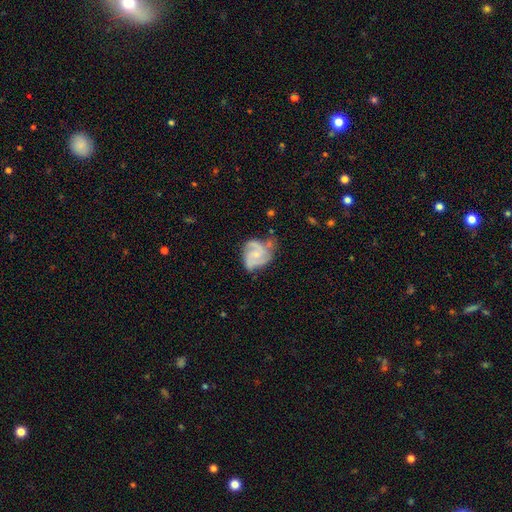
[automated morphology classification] Smooth or featured? featured or disk (82%)
Edge-on disk? no (98%)
Bar? no (64%)
Spiral arms? yes (96%)
Spiral winding? medium (50%)
Spiral arm count? 3 (54%)
Bulge size? small (64%)
Merging? none (50%)